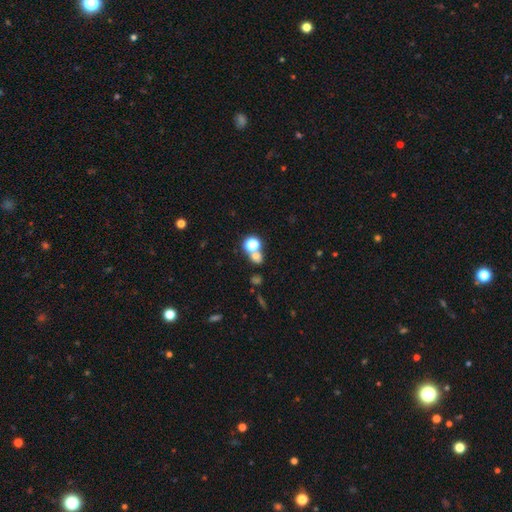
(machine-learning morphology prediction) The model was most divided on "merging": none: 49%, merger: 40%, minor disturbance: 7%, major disturbance: 4%. More confident: how rounded — round (71%); smooth or featured — smooth (66%).